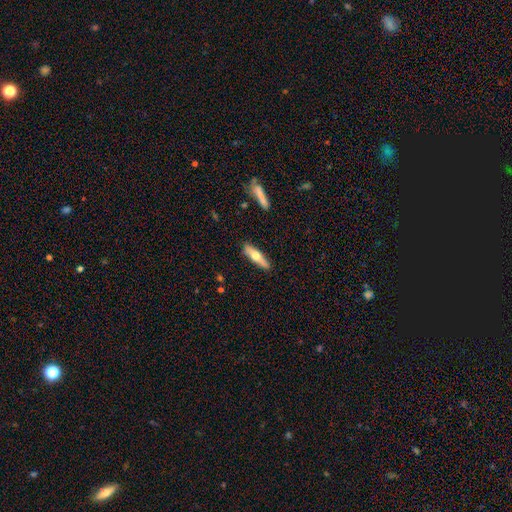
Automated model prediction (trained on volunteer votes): This is possibly a smooth galaxy (52%). How rounded: likely cigar-shaped (73%). Merging: clearly none (87%).